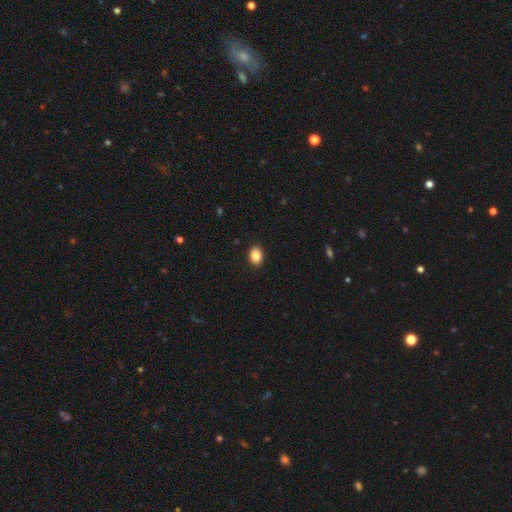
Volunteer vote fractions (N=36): Smooth or featured? smooth (94%)
How rounded? in between (71%)
Merging? none (91%)